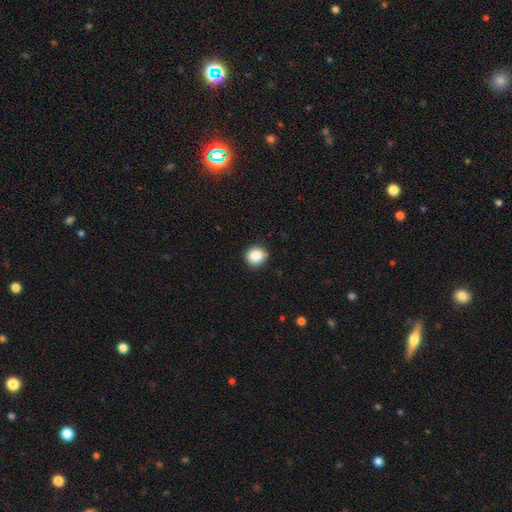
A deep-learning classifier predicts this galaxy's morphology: Q: Smooth or featured?
A: smooth (87%); runner-up: star or artifact (9%)
Q: How rounded?
A: round (80%); runner-up: in between (19%)
Q: Merging?
A: none (84%); runner-up: minor disturbance (13%)